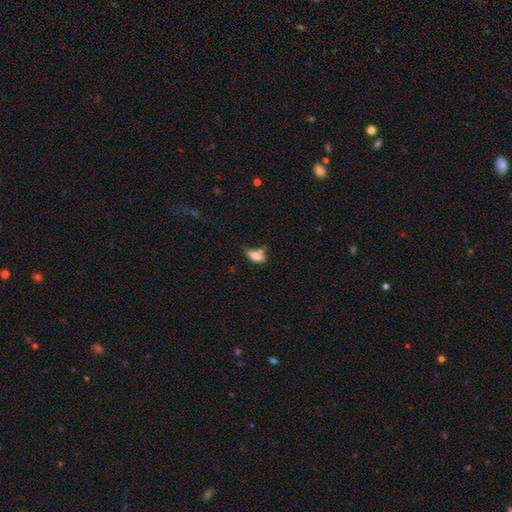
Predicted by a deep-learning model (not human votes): Smooth or featured?
  - smooth: 74% *
  - featured or disk: 17%
  - star or artifact: 9%
How rounded?
  - in between: 85% *
  - cigar-shaped: 10%
  - round: 5%
Merging?
  - none: 44% *
  - minor disturbance: 26%
  - merger: 20%
  - major disturbance: 10%